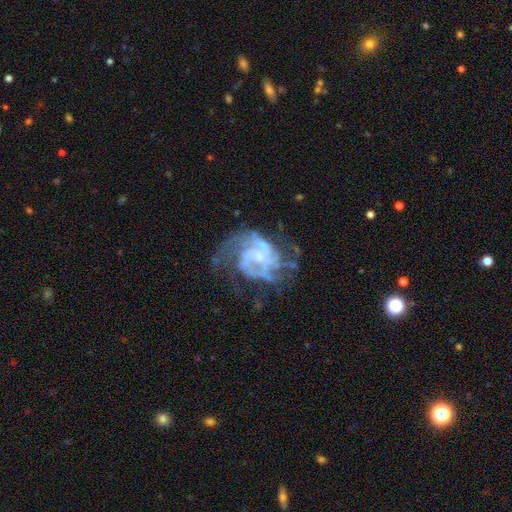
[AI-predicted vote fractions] This appears to be a featured or disk galaxy (85%) with no bar (56%), 2 (30%) tight (44%) spiral arms (94%) and a small central bulge (66%). Merging: none (56%).